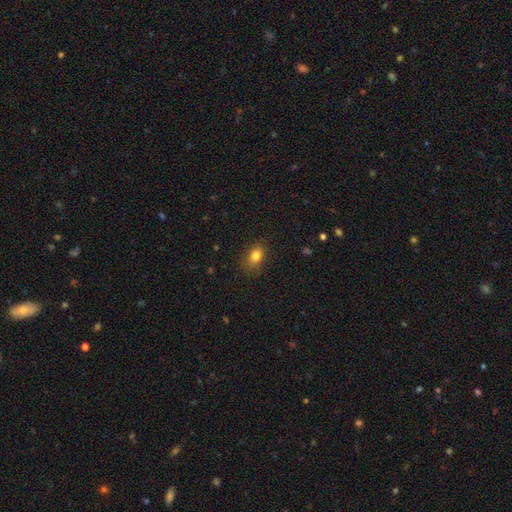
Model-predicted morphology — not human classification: The model was most divided on "how rounded": in between: 74%, round: 24%, cigar-shaped: 2%. More confident: smooth or featured — smooth (82%); merging — none (79%).